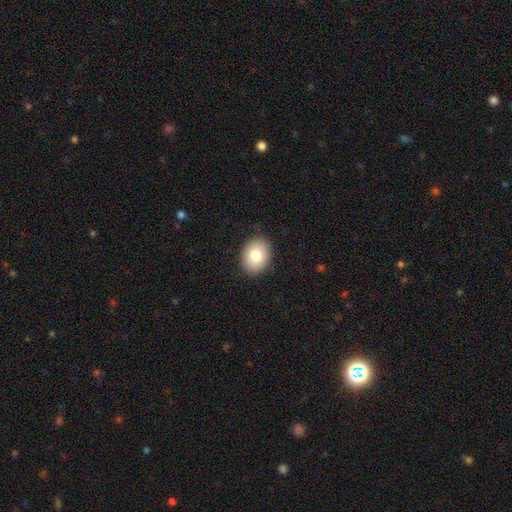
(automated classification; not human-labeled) A smooth galaxy with no disk features (79%) that is in between round and cigar-shaped (59%).

Vote fractions:
- Smooth or featured? smooth: 79% / featured or disk: 13% / star or artifact: 9%
- How rounded? in between: 59% / round: 40% / cigar-shaped: 1%
- Merging? none: 87% / minor disturbance: 9% / major disturbance: 2% / merger: 1%